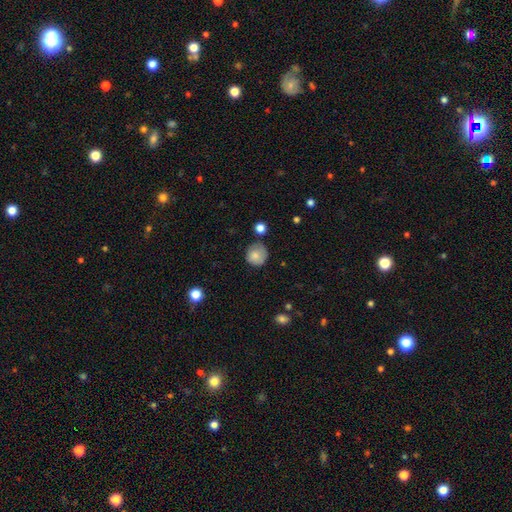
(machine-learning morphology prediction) Smooth or featured? Predicted: smooth (p=0.78). How rounded? Predicted: round (p=0.87). Merging? Predicted: none (p=0.66).